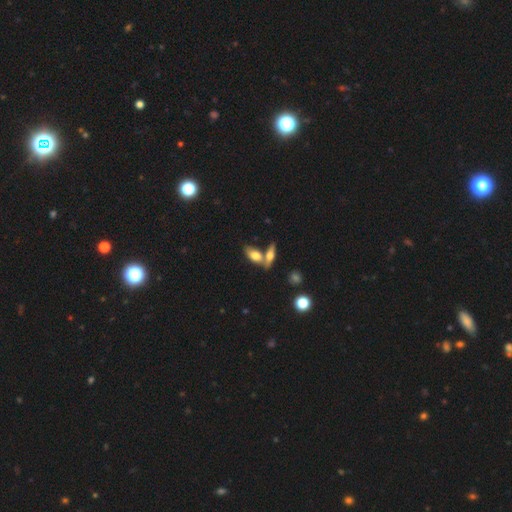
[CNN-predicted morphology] Overall: smooth (66%). How rounded: in between (80%). Merging: none (44%; merger 42%).